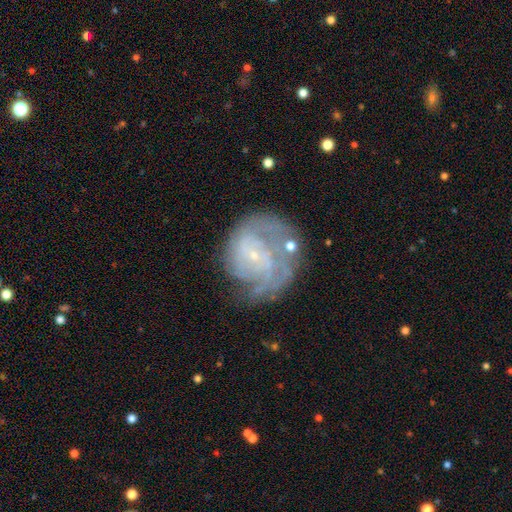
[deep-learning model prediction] The model was most divided on "spiral arm count": can't tell: 40%, 2: 21%, 3: 16%, 4: 9%, 1: 8%, more than 4: 6%. More confident: edge-on disk — no (98%); spiral arms — yes (88%); bulge size — small (85%); smooth or featured — featured or disk (78%); bar — no (67%); spiral winding — tight (59%); merging — none (54%).